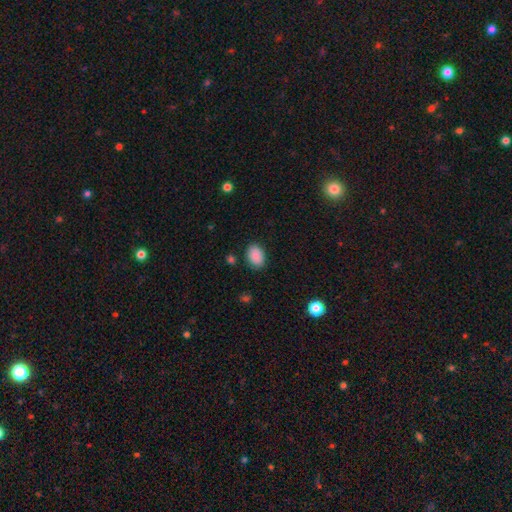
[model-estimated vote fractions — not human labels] Q: Smooth or featured?
A: smooth (88%); runner-up: star or artifact (7%)
Q: How rounded?
A: in between (79%); runner-up: round (19%)
Q: Merging?
A: none (83%); runner-up: minor disturbance (12%)